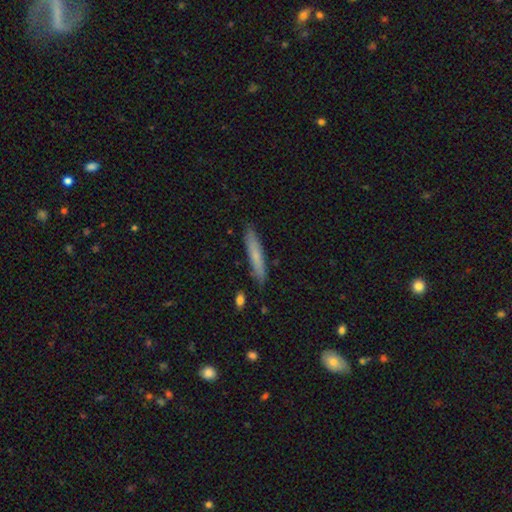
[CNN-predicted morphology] This is likely a smooth galaxy (68%). How rounded: clearly cigar-shaped (93%). Merging: clearly none (87%).